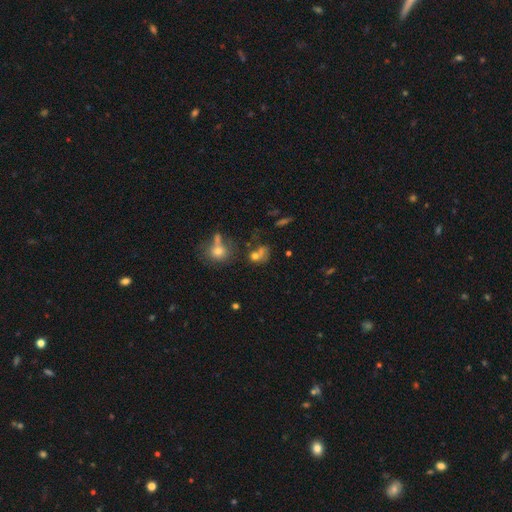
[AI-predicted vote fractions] This appears to be a smooth galaxy with no disk features (60%) that is round (58%). Merging: none (37%).